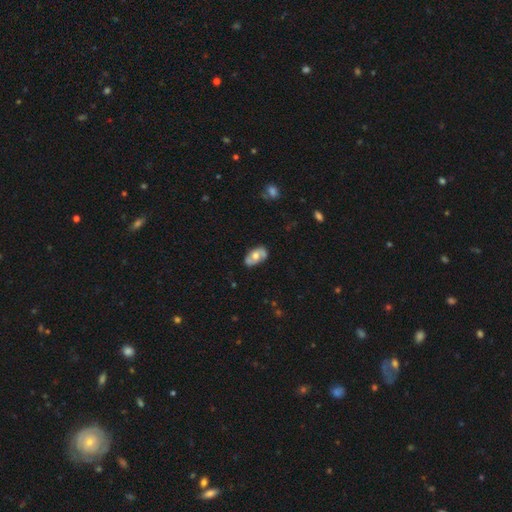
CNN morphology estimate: A featured or disk galaxy (50%). Merging: none (75%).